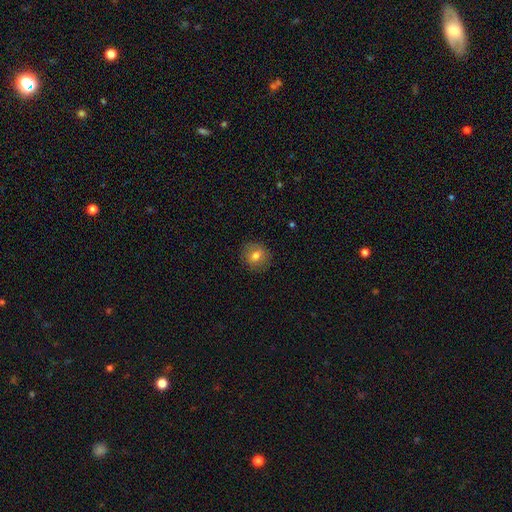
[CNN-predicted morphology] smooth_or_featured: smooth (p=0.75) [alt: featured or disk p=0.15]
how_rounded: round (p=0.82) [alt: in between p=0.17]
merging: none (p=0.86) [alt: minor disturbance p=0.10]